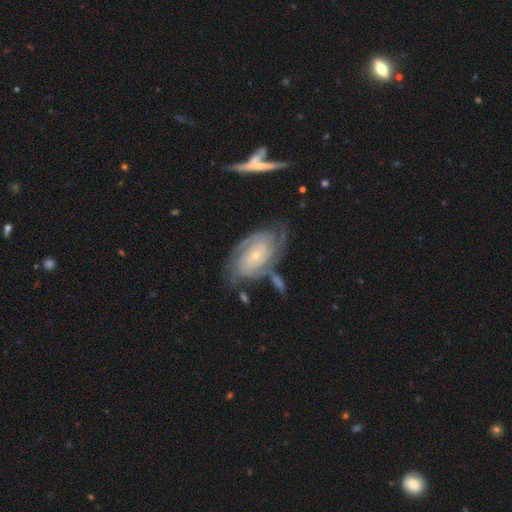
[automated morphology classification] The model was most divided on "spiral arm count": 2: 37%, can't tell: 25%, 3: 19%, 4: 10%, more than 4: 5%, 1: 5%. More confident: spiral arms — yes (96%); edge-on disk — no (96%); smooth or featured — featured or disk (87%); bulge size — small (77%); bar — no (70%); spiral winding — tight (69%); merging — none (61%).